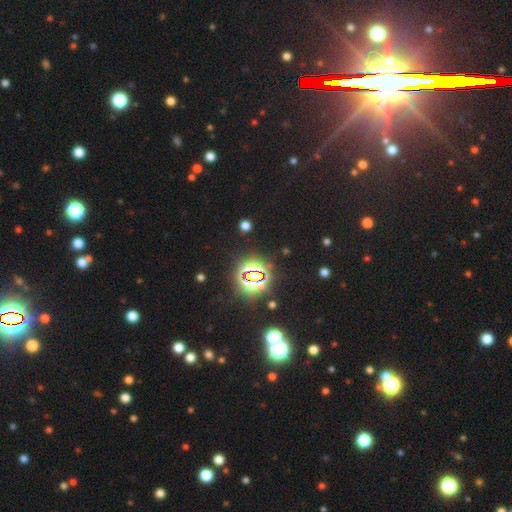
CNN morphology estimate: Q: Smooth or featured?
A: star or artifact (82%); runner-up: smooth (10%)